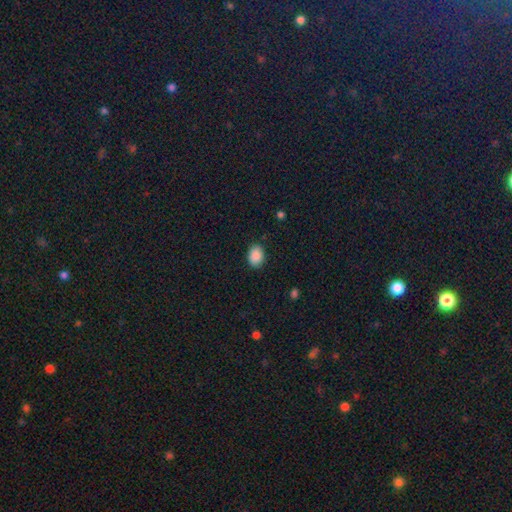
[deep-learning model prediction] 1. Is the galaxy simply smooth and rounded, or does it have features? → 89% smooth, 8% star or artifact, 3% featured or disk.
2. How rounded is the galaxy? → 75% in between, 24% round, 1% cigar-shaped.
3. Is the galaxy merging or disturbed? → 86% none, 11% minor disturbance, 2% major disturbance, 1% merger.